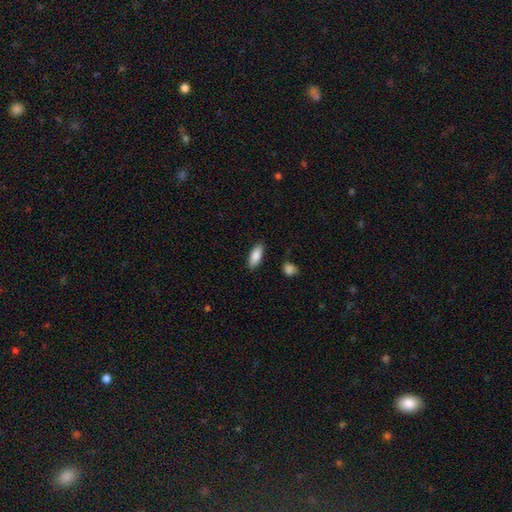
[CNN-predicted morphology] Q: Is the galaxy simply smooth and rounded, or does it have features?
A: smooth — 86%.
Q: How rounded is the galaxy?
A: in between — 80%.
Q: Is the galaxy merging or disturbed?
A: none — 86%.